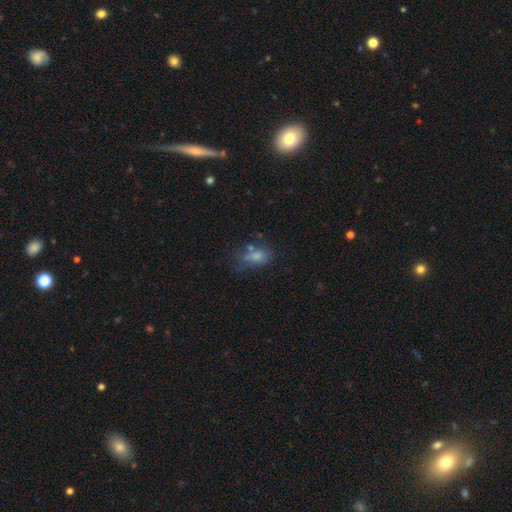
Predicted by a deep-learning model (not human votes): smooth-or-featured: smooth: 70% | featured or disk: 16% | star or artifact: 13%
  how-rounded: in between: 80% | round: 16% | cigar-shaped: 4%
  merging: none: 40% | minor disturbance: 26% | major disturbance: 20% | merger: 14%